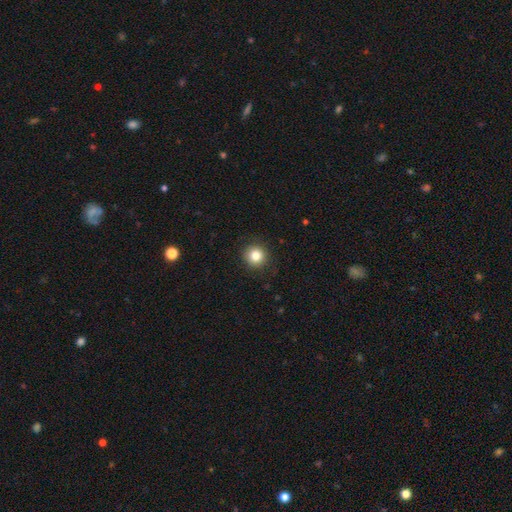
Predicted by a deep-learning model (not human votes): Overall: smooth (82%). How rounded: round (94%). Merging: none (90%).